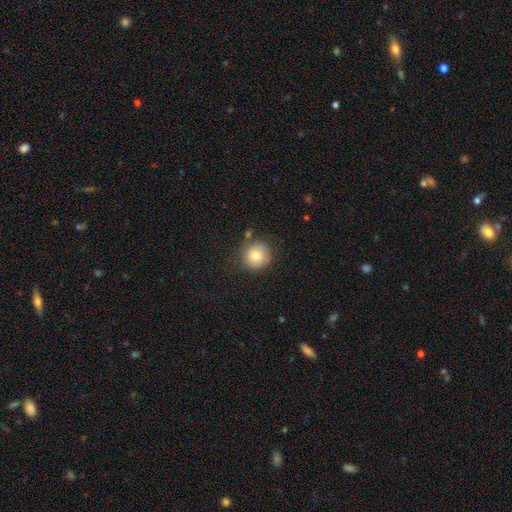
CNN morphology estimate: Q: Smooth or featured?
A: smooth (79%); runner-up: featured or disk (12%)
Q: How rounded?
A: round (93%); runner-up: in between (6%)
Q: Merging?
A: none (77%); runner-up: minor disturbance (14%)